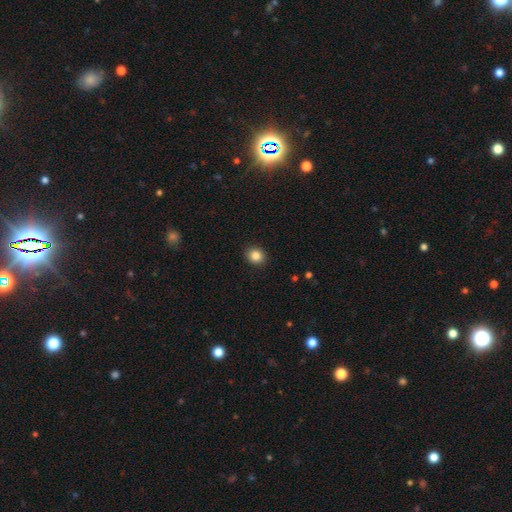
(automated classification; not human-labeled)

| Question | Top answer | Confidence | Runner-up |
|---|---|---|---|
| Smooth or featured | smooth | 85% | star or artifact (10%) |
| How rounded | round | 75% | in between (24%) |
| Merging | none | 91% | minor disturbance (6%) |